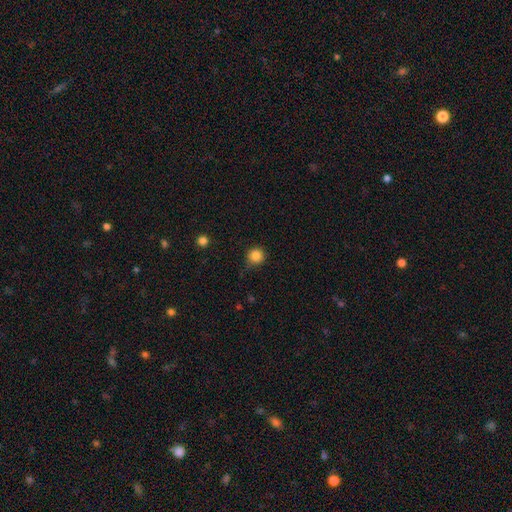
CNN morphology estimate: Smooth or featured?
  - smooth: 85% *
  - star or artifact: 11%
  - featured or disk: 4%
How rounded?
  - round: 94% *
  - in between: 5%
  - cigar-shaped: 1%
Merging?
  - none: 81% *
  - minor disturbance: 14%
  - major disturbance: 3%
  - merger: 2%